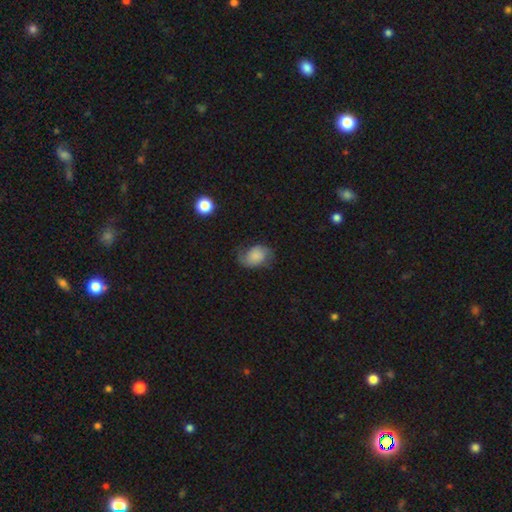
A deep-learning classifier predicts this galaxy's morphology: Smooth or featured?
  - smooth: 48% *
  - featured or disk: 42%
  - star or artifact: 10%
Merging?
  - none: 62% *
  - minor disturbance: 24%
  - major disturbance: 13%
  - merger: 2%